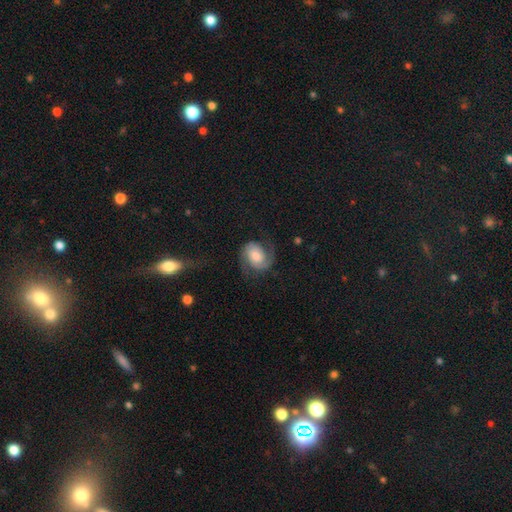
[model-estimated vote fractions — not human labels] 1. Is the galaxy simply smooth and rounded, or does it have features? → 75% featured or disk, 18% smooth, 7% star or artifact.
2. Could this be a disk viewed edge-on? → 98% no, 2% yes.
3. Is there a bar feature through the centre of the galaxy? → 56% no, 35% weak, 9% strong.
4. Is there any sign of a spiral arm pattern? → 95% yes, 5% no.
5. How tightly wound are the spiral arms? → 46% medium, 31% tight, 24% loose.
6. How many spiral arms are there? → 88% 2, 4% can't tell, 4% 1, 2% 3, 1% 4, 1% more than 4.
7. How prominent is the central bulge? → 46% moderate, 22% large, 21% small, 6% none, 4% dominant.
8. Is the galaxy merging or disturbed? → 67% none, 17% minor disturbance, 14% major disturbance, 1% merger.